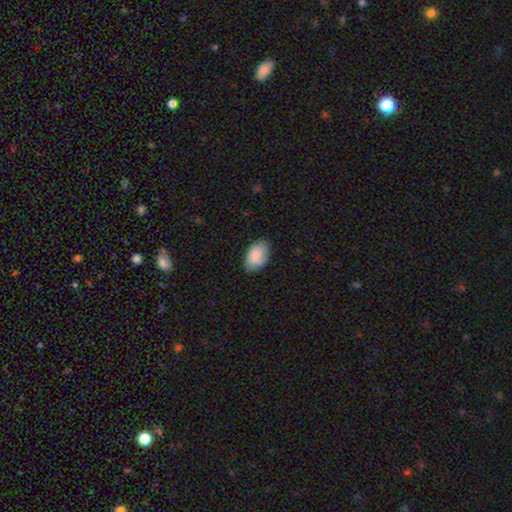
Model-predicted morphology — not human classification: This appears to be a smooth galaxy with no disk features (87%) that is in between round and cigar-shaped (92%). Merging: none (77%).